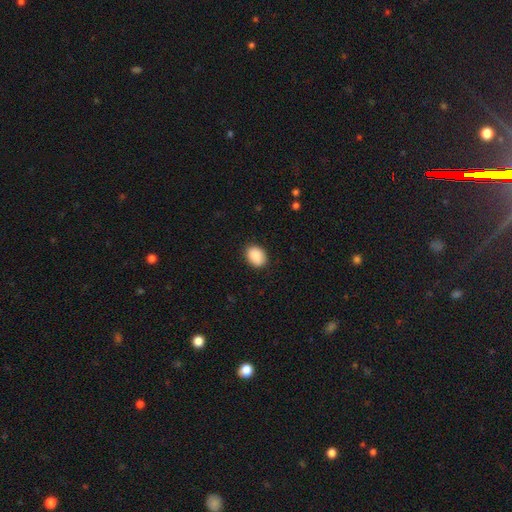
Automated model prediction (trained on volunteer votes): smooth-or-featured: smooth: 89% | star or artifact: 7% | featured or disk: 4%
  how-rounded: in between: 67% | round: 32% | cigar-shaped: 1%
  merging: none: 86% | minor disturbance: 11% | major disturbance: 2% | merger: 1%